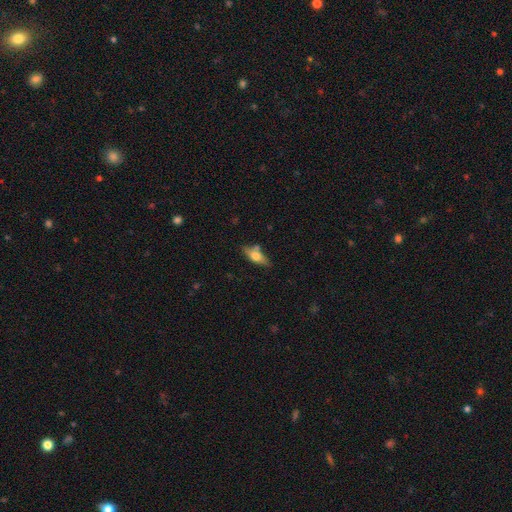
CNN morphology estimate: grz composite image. It shows a smooth galaxy with no disk features (57%) that is in between round and cigar-shaped (67%). Merging: none (68%).